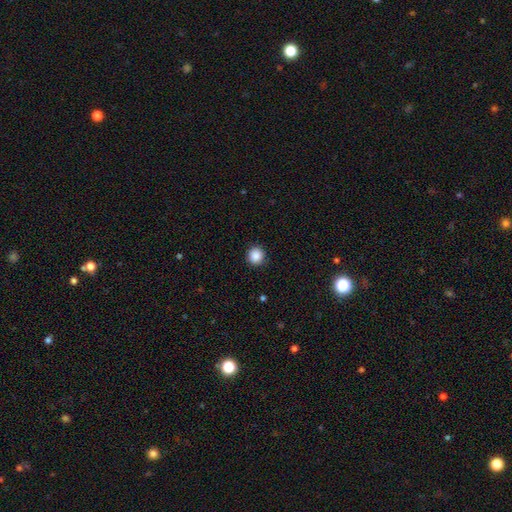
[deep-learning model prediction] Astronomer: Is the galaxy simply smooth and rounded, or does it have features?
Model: smooth — 87%.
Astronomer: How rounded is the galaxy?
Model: round — 93%.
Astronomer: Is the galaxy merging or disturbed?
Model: none — 91%.